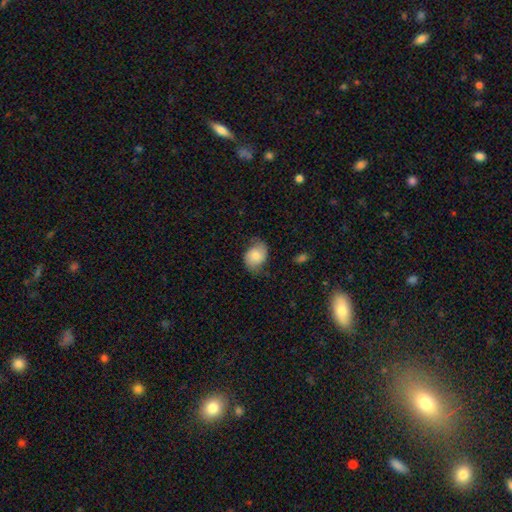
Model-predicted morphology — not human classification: Q: Smooth or featured?
A: smooth (60%); runner-up: featured or disk (32%)
Q: How rounded?
A: in between (62%); runner-up: round (37%)
Q: Merging?
A: none (62%); runner-up: minor disturbance (27%)